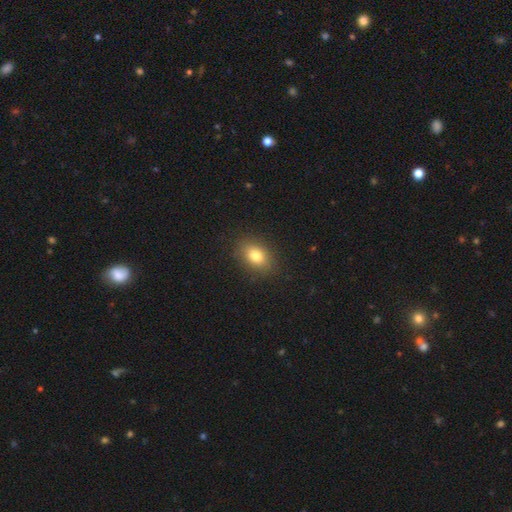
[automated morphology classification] type=smooth (80%); roundness=in between (75%); merging=none (87%).